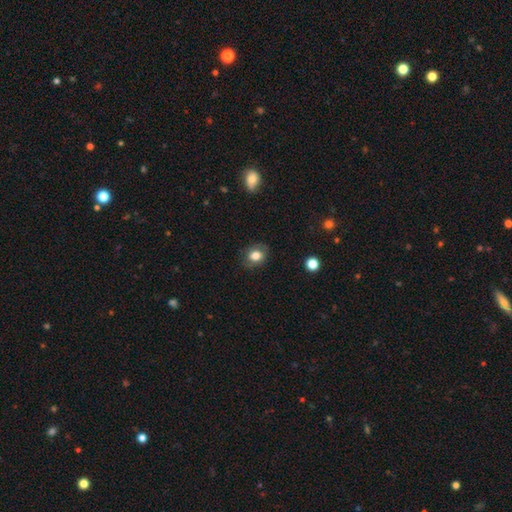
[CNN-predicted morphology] Smooth or featured? smooth (76%)
How rounded? round (51%)
Merging? none (81%)